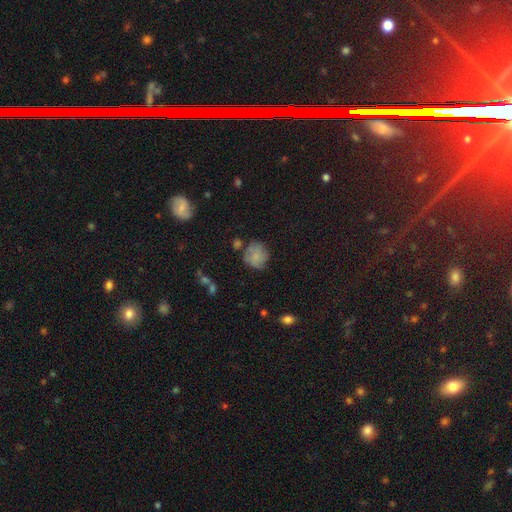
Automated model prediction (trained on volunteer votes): smooth-or-featured: smooth: 66% | featured or disk: 24% | star or artifact: 10%
  how-rounded: round: 80% | in between: 19% | cigar-shaped: 1%
  merging: none: 59% | minor disturbance: 26% | major disturbance: 9% | merger: 5%